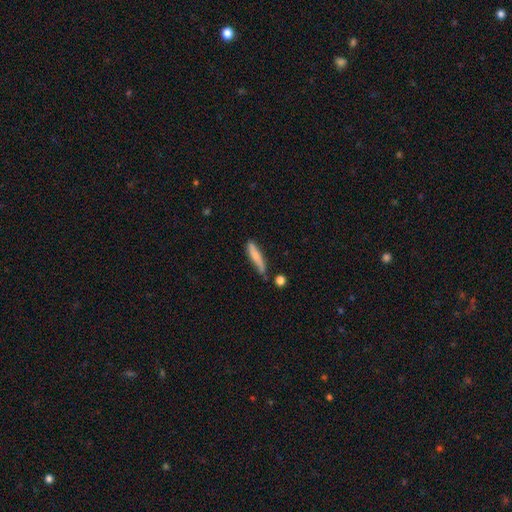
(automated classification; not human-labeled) This appears to be a smooth galaxy with no disk features (68%) that is cigar-shaped (86%). Merging: none (67%).